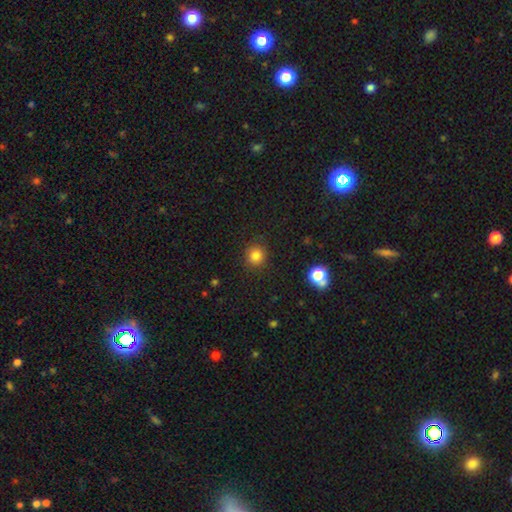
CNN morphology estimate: This is clearly a smooth galaxy (82%). How rounded: clearly round (91%). Merging: clearly none (89%).